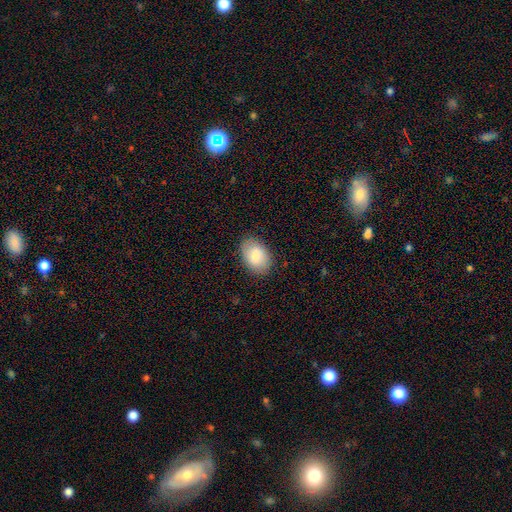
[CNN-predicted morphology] A smooth galaxy with no disk features (81%) that is in between round and cigar-shaped (88%). Merging: none (85%).